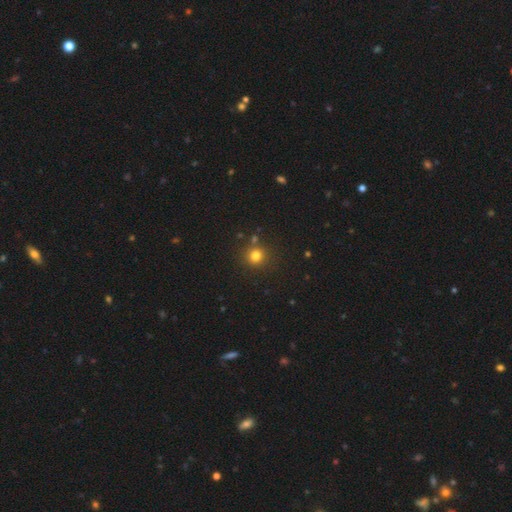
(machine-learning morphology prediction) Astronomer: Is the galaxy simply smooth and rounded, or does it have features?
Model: smooth — 78%.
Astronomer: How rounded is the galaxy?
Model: round — 91%.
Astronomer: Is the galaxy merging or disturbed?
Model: none — 83%.